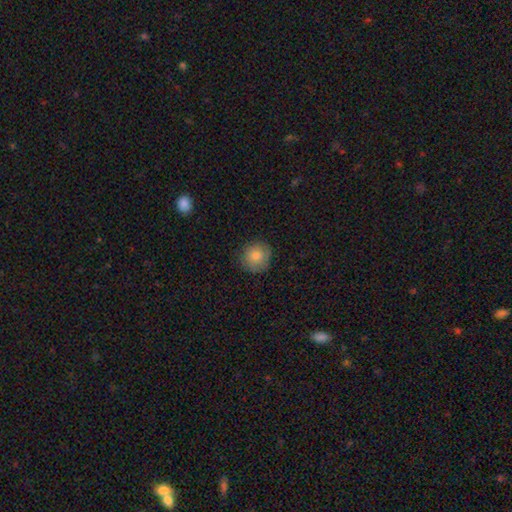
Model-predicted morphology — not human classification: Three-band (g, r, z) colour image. It shows a smooth galaxy with no disk features (81%) that is round (92%). Merging: none (85%).